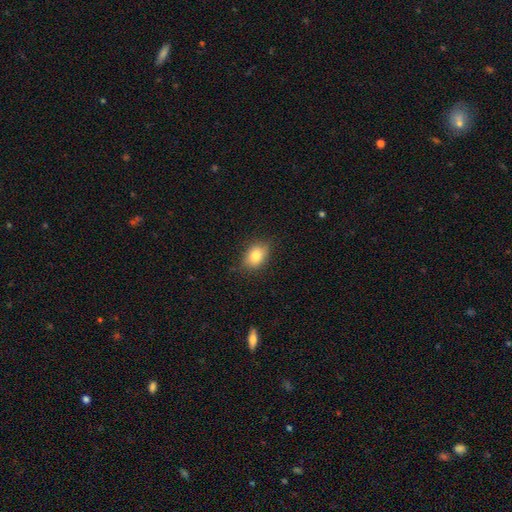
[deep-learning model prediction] smooth-or-featured: smooth: 81% | featured or disk: 11% | star or artifact: 9%
  how-rounded: in between: 76% | round: 22% | cigar-shaped: 2%
  merging: none: 81% | minor disturbance: 15% | major disturbance: 3% | merger: 1%